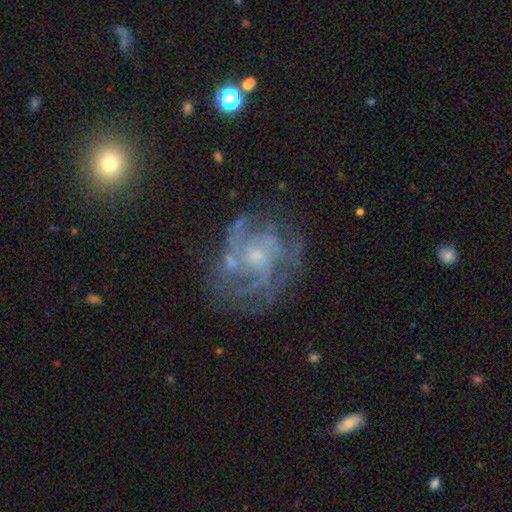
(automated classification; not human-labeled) smooth_or_featured: featured or disk (p=0.83) [alt: star or artifact p=0.09]
disk_edge_on: no (p=0.98) [alt: yes p=0.02]
bar: no (p=0.73) [alt: weak p=0.23]
has_spiral_arms: yes (p=0.91) [alt: no p=0.09]
spiral_winding: tight (p=0.48) [alt: medium p=0.40]
spiral_arm_count: can't tell (p=0.30) [alt: 3 p=0.24]
bulge_size: small (p=0.67) [alt: moderate p=0.23]
merging: none (p=0.65) [alt: minor disturbance p=0.18]